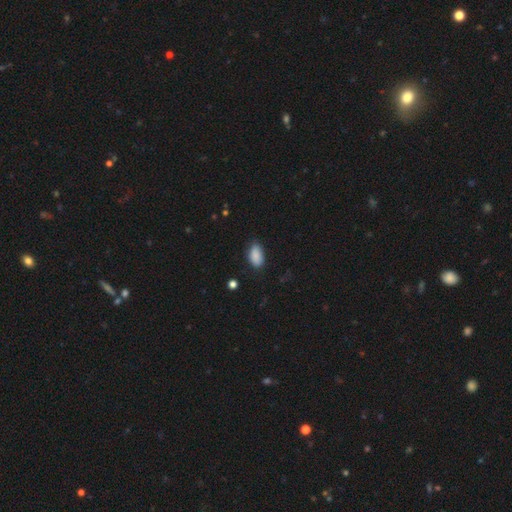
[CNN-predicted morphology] Q: Smooth or featured?
A: smooth (89%); runner-up: star or artifact (7%)
Q: How rounded?
A: in between (93%); runner-up: round (4%)
Q: Merging?
A: none (77%); runner-up: minor disturbance (18%)